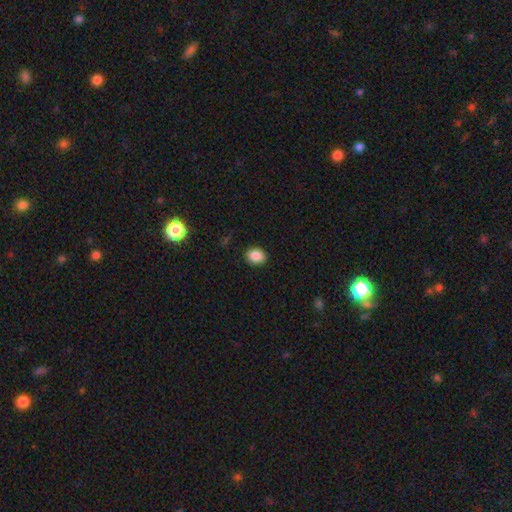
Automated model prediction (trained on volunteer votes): Q: Smooth or featured?
A: smooth (86%); runner-up: star or artifact (10%)
Q: How rounded?
A: round (57%); runner-up: in between (42%)
Q: Merging?
A: none (90%); runner-up: minor disturbance (7%)